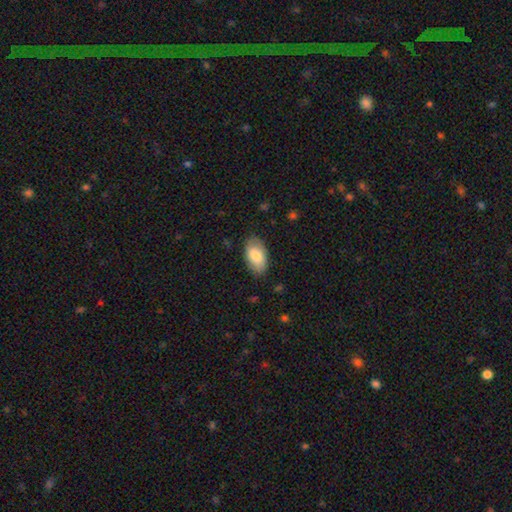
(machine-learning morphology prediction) Smooth or featured: smooth — 82% (featured or disk — 12%)
How rounded: in between — 95% (round — 3%)
Merging: none — 81% (minor disturbance — 15%)